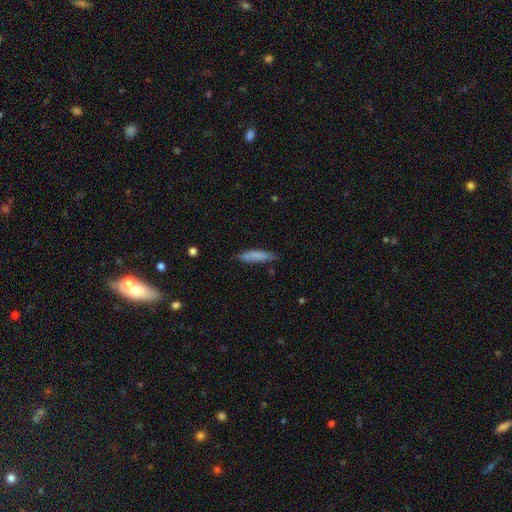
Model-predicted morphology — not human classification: This appears to be a smooth galaxy with no disk features (80%) that is cigar-shaped (82%). Merging: none (80%).